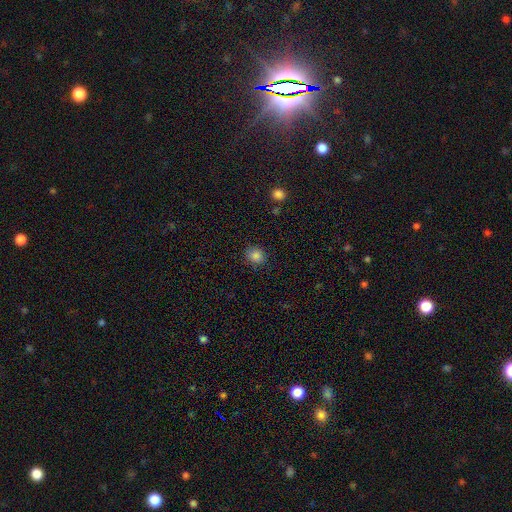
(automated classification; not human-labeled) This is clearly a smooth galaxy (84%). How rounded: likely round (77%). Merging: clearly none (87%).